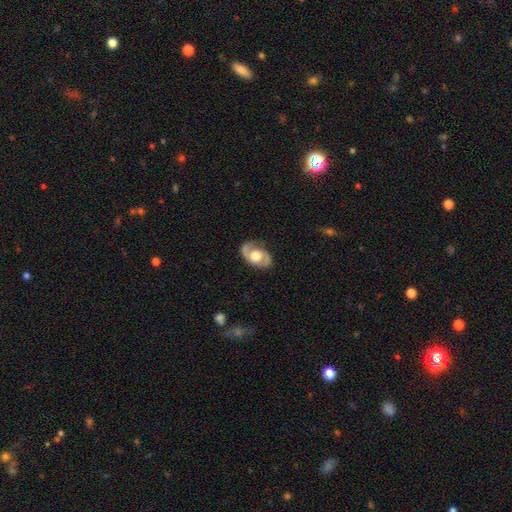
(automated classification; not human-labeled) Overall: featured or disk (75%). Edge-on disk: no (95%). Bar: no (69%). Spiral arms: yes (81%). Spiral arm count: 2 (88%). Spiral winding: medium (49%; loose 28%). Bulge size: moderate (51%; large 41%). Merging: none (78%).